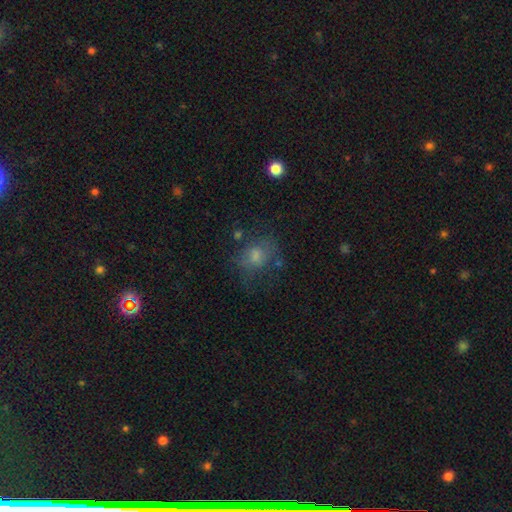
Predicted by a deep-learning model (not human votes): smooth_or_featured: smooth (p=0.57) [alt: featured or disk p=0.24]
how_rounded: round (p=0.57) [alt: in between p=0.42]
merging: none (p=0.57) [alt: minor disturbance p=0.21]